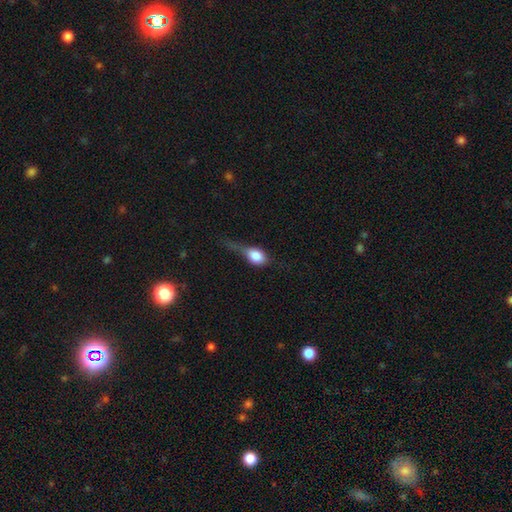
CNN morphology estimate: This appears to be a smooth galaxy with no disk features (72%) that is in between round and cigar-shaped (63%). Merging: major disturbance (35%).